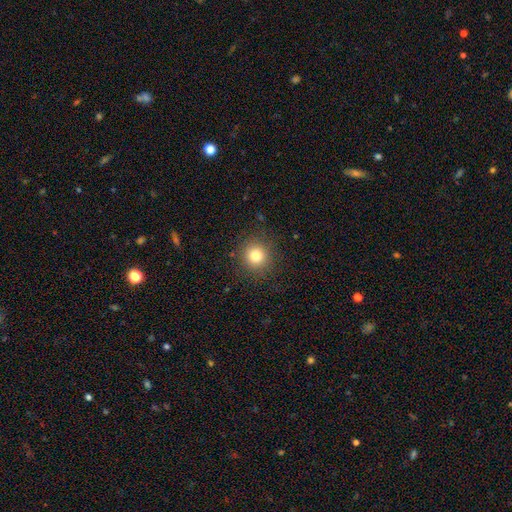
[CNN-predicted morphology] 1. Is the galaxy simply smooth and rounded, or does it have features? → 79% smooth, 13% star or artifact, 8% featured or disk.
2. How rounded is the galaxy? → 93% round, 6% in between, 1% cigar-shaped.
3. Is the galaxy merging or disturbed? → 89% none, 7% minor disturbance, 3% major disturbance, 1% merger.